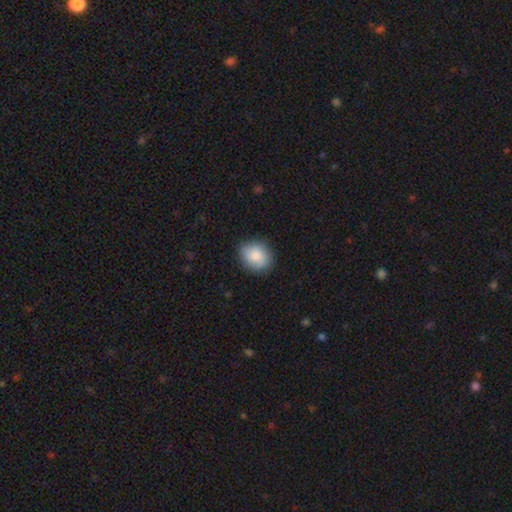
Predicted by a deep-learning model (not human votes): Overall: smooth (86%). How rounded: round (59%; in between 40%). Merging: none (85%).